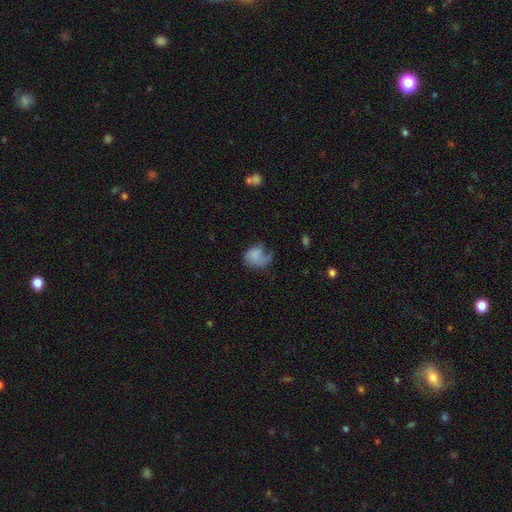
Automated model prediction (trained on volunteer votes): Q: Smooth or featured?
A: smooth (62%); runner-up: featured or disk (29%)
Q: How rounded?
A: in between (56%); runner-up: round (43%)
Q: Merging?
A: major disturbance (41%); runner-up: none (29%)